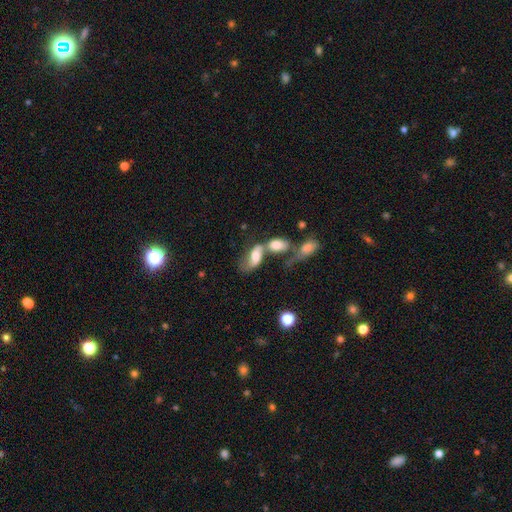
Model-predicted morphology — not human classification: Smooth or featured: smooth — 51% (featured or disk — 39%)
How rounded: in between — 87% (cigar-shaped — 7%)
Merging: merger — 63% (none — 15%)